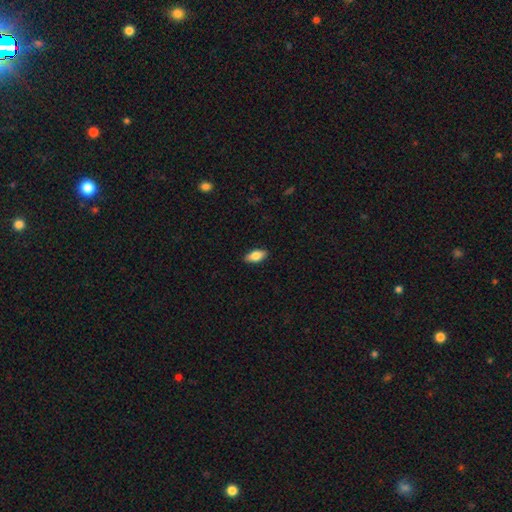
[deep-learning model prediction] Overall: smooth (80%). How rounded: in between (87%). Merging: none (89%).